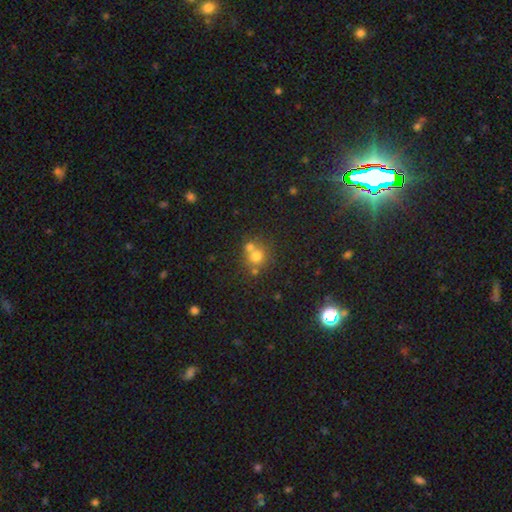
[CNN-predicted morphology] This is likely a smooth galaxy (69%). How rounded: clearly round (87%). Merging: possibly none (49%).